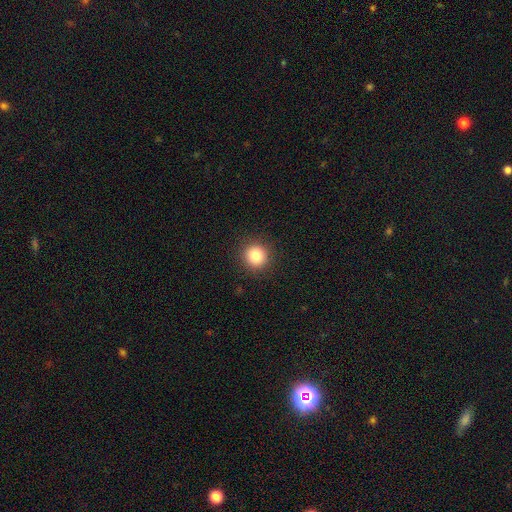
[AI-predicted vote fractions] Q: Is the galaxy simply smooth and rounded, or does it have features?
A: smooth — 83%.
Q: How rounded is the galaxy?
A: round — 93%.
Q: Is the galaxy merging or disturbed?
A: none — 92%.